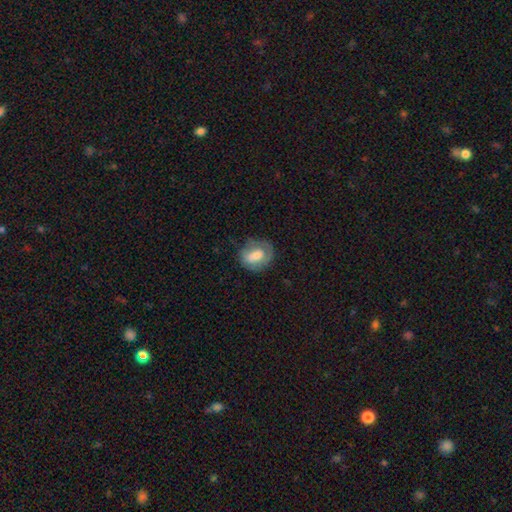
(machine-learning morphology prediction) A smooth galaxy with no disk features (58%) that is in between round and cigar-shaped (54%). Merging: none (60%).